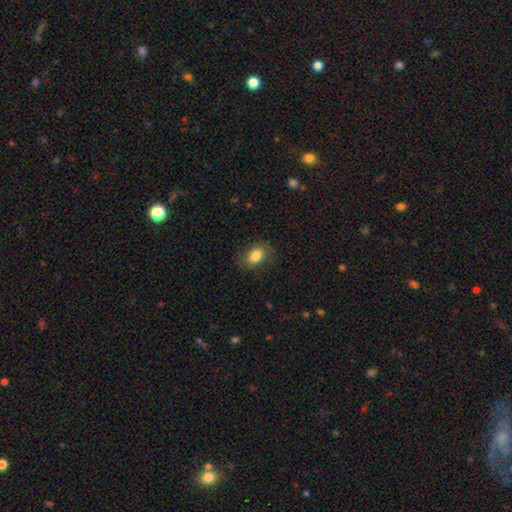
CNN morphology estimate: This appears to be a smooth galaxy with no disk features (81%) that is in between round and cigar-shaped (81%). Merging: none (81%).